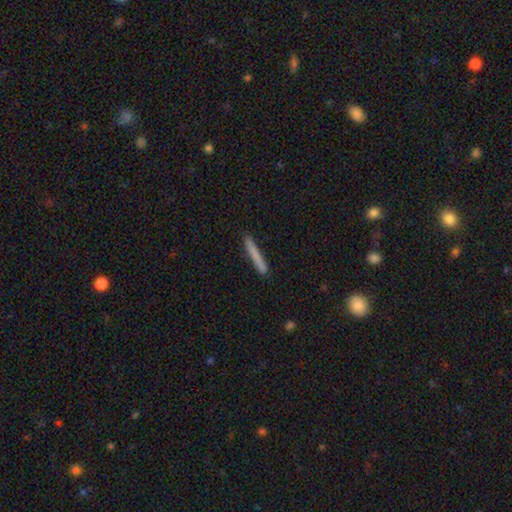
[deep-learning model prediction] Overall: smooth (75%). How rounded: cigar-shaped (96%). Merging: none (89%).